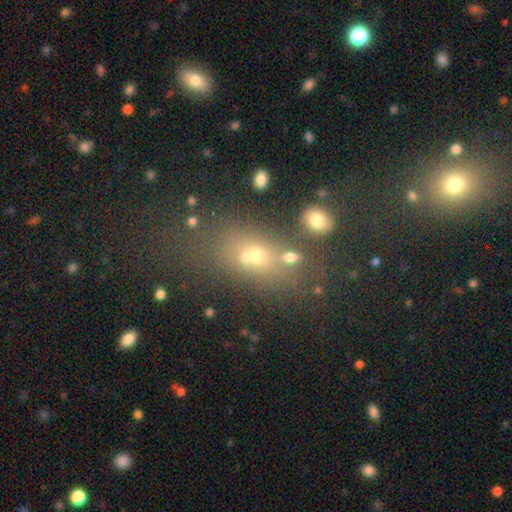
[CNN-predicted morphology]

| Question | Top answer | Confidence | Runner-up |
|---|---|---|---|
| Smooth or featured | smooth | 56% | star or artifact (24%) |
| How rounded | in between | 61% | round (30%) |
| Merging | none | 46% | merger (31%) |